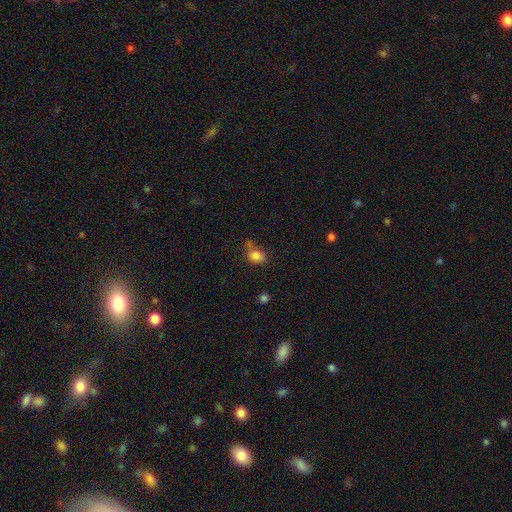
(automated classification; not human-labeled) Q: Smooth or featured?
A: smooth (82%); runner-up: star or artifact (11%)
Q: How rounded?
A: in between (58%); runner-up: round (41%)
Q: Merging?
A: none (53%); runner-up: minor disturbance (24%)